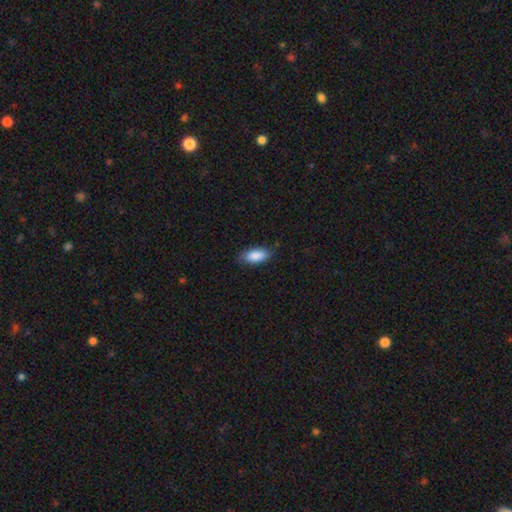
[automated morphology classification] A smooth galaxy with no disk features (87%) that is in between round and cigar-shaped (86%). Merging: none (78%).